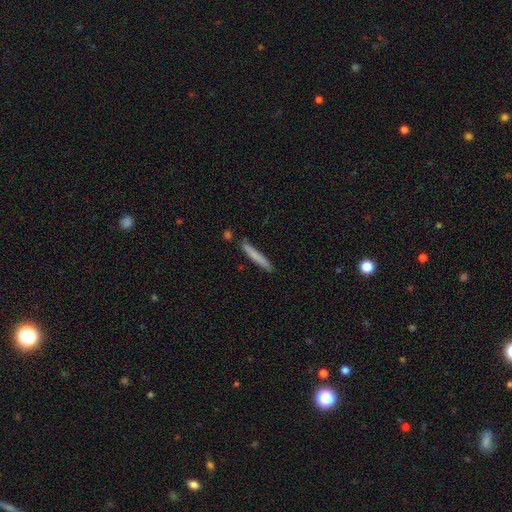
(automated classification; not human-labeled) Smooth or featured? smooth (75%)
How rounded? cigar-shaped (96%)
Merging? none (85%)